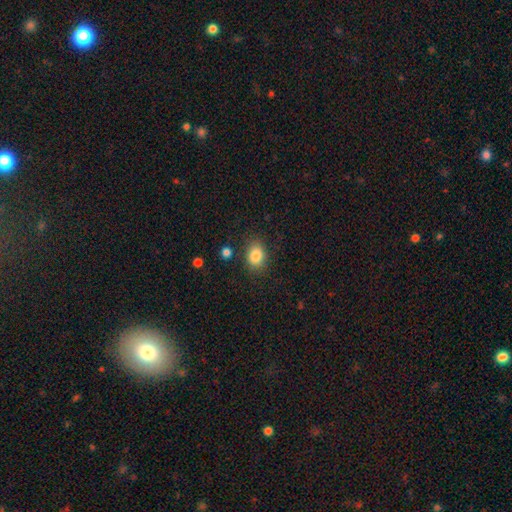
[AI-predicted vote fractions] Smooth or featured: smooth — 85% (star or artifact — 9%)
How rounded: in between — 67% (round — 32%)
Merging: none — 82% (minor disturbance — 12%)